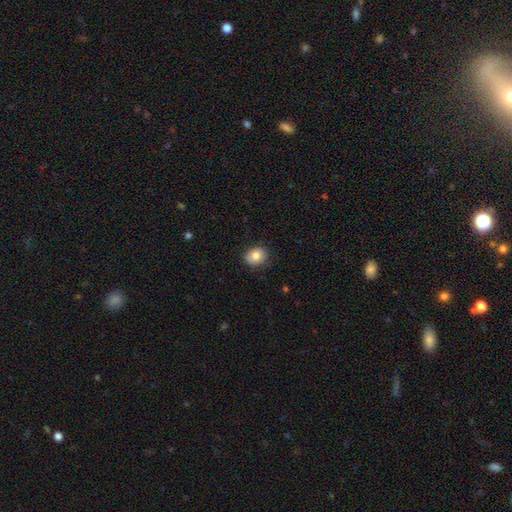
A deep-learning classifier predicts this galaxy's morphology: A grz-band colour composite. It shows a smooth galaxy with no disk features (80%) that is round (53%). Merging: none (82%).